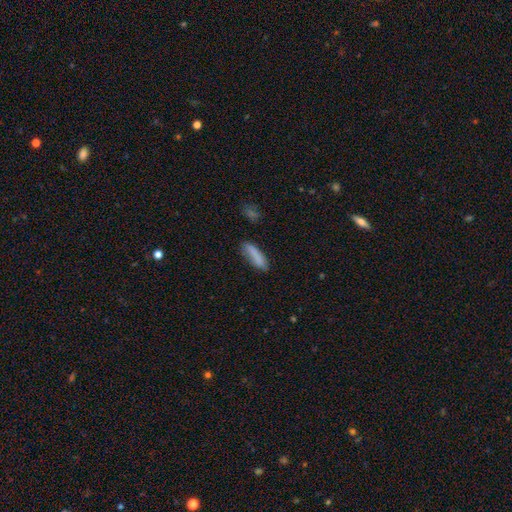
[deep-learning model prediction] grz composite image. It shows a smooth galaxy with no disk features (83%) that is cigar-shaped (64%). Merging: none (72%).